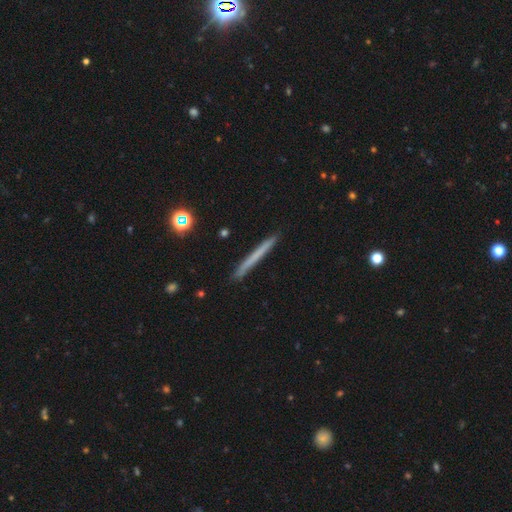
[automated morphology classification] A smooth galaxy with no disk features (58%) that is cigar-shaped (97%). Merging: none (91%).